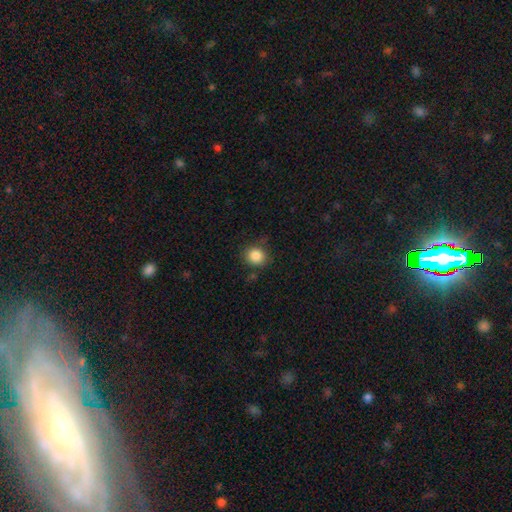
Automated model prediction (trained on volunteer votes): A smooth galaxy with no disk features (86%) that is round (85%). Merging: none (81%).